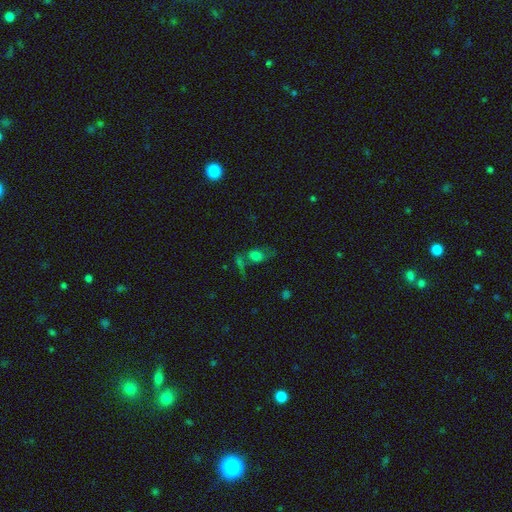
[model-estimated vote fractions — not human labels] Smooth or featured?
  - smooth: 59% *
  - featured or disk: 21%
  - star or artifact: 20%
How rounded?
  - in between: 73% *
  - round: 22%
  - cigar-shaped: 6%
Merging?
  - none: 38% *
  - merger: 30%
  - minor disturbance: 16%
  - major disturbance: 16%